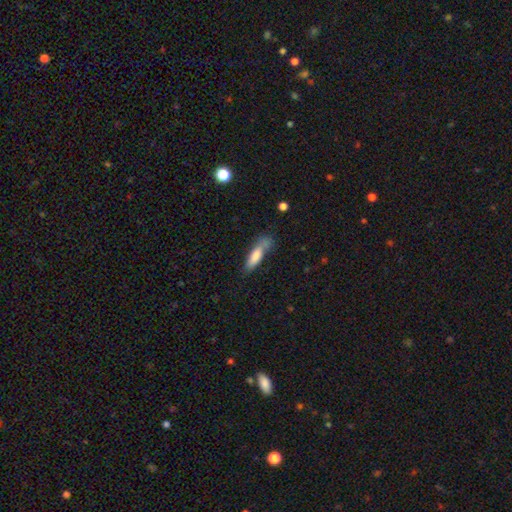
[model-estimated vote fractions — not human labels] Morphology: type=smooth (76%); roundness=cigar-shaped (64%); merging=none (54%).